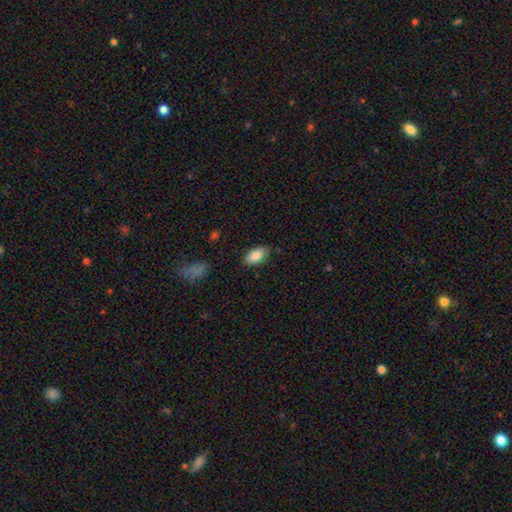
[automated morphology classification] Smooth or featured? Predicted: smooth (p=0.87). How rounded? Predicted: in between (p=0.93). Merging? Predicted: none (p=0.78).